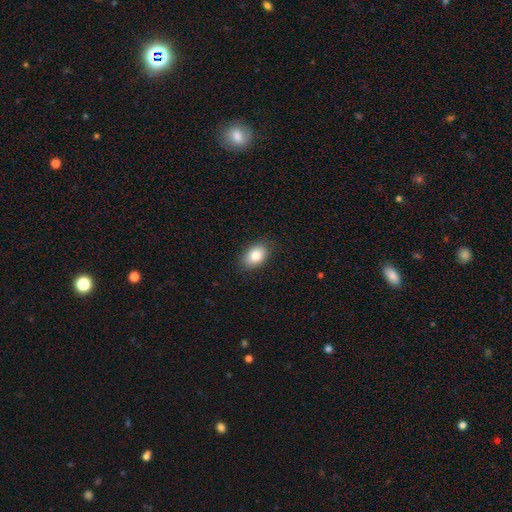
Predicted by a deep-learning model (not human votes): Smooth or featured: smooth — 85% (star or artifact — 8%)
How rounded: in between — 87% (round — 12%)
Merging: none — 87% (minor disturbance — 10%)